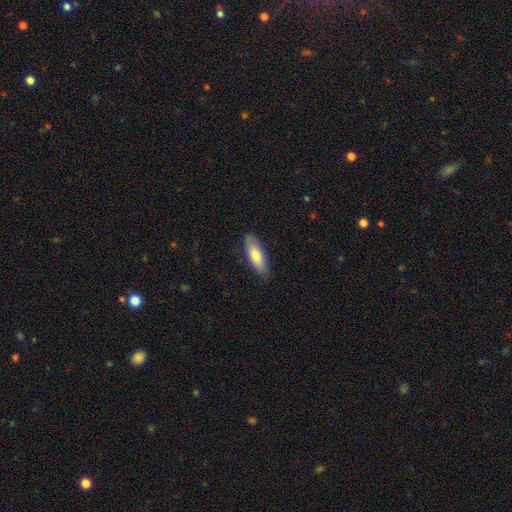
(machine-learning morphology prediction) This appears to be a smooth galaxy with no disk features (76%) that is in between round and cigar-shaped (57%). Merging: none (85%).